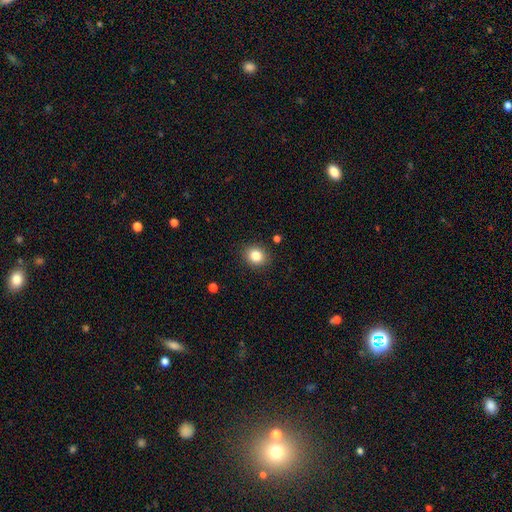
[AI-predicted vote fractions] Smooth or featured: smooth — 83% (star or artifact — 10%)
How rounded: round — 68% (in between — 32%)
Merging: none — 88% (minor disturbance — 8%)